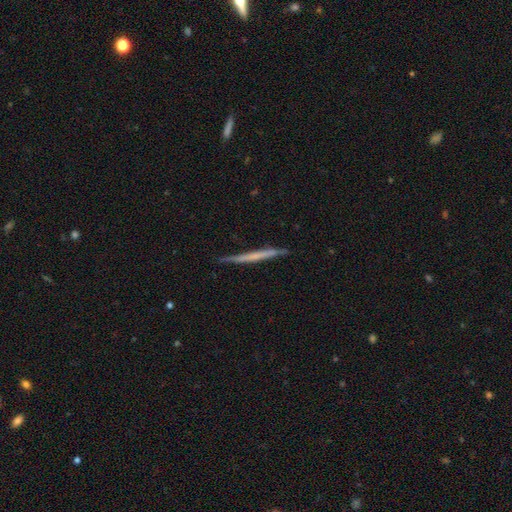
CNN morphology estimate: smooth-or-featured: featured or disk: 52% | smooth: 42% | star or artifact: 6%
  disk-edge-on: yes: 97% | no: 3%
    edge-on-bulge: none: 88% | rounded: 7% | boxy: 5%
  merging: none: 87% | minor disturbance: 10% | major disturbance: 2% | merger: 1%